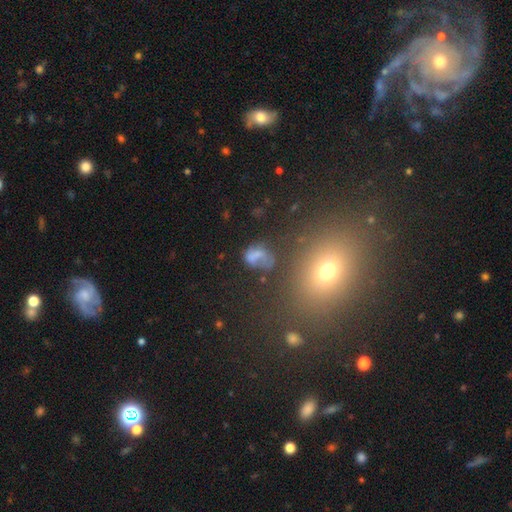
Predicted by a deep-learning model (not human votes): Smooth or featured?
  - smooth: 51% *
  - featured or disk: 27%
  - star or artifact: 22%
How rounded?
  - in between: 63% *
  - round: 35%
  - cigar-shaped: 2%
Merging?
  - none: 32% *
  - major disturbance: 25%
  - merger: 24%
  - minor disturbance: 19%